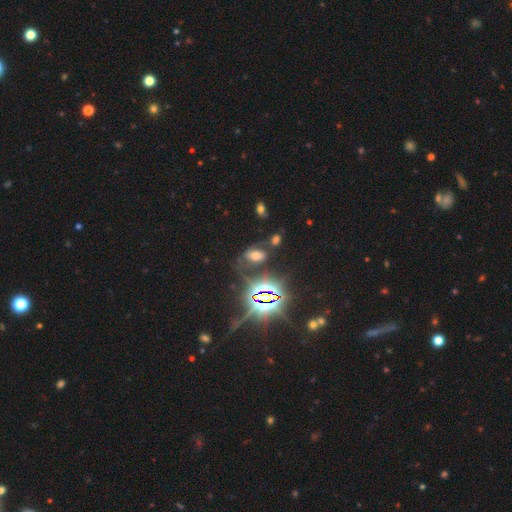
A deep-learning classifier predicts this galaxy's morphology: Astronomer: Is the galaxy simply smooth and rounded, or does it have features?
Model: star or artifact — 43% (runner-up: smooth, 39%).